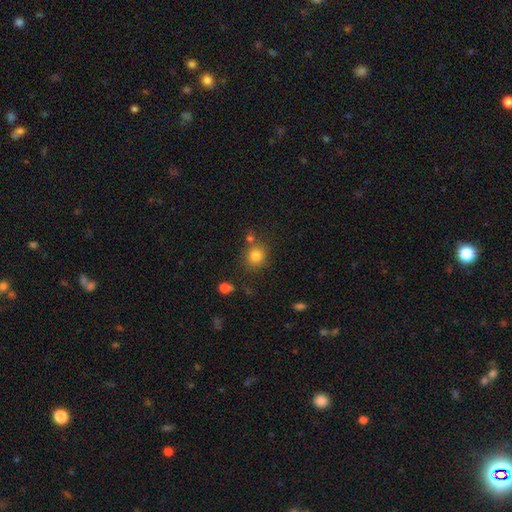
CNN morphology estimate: Smooth or featured? Predicted: smooth (p=0.82). How rounded? Predicted: round (p=0.82). Merging? Predicted: none (p=0.73).